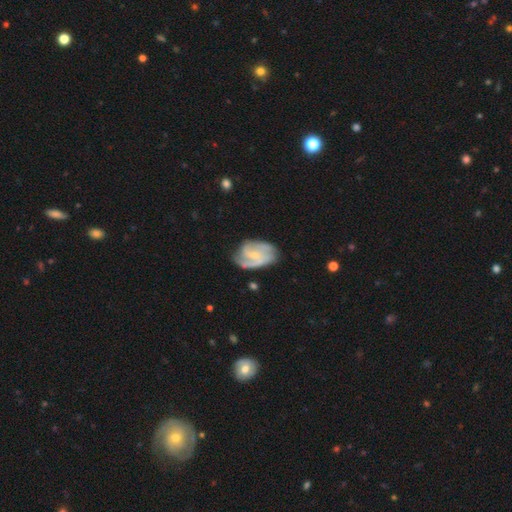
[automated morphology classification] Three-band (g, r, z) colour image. It shows a featured or disk galaxy (79%) with no bar (48%), 2 (45%) medium (47%) spiral arms (93%) and a small central bulge (68%). Merging: none (59%).